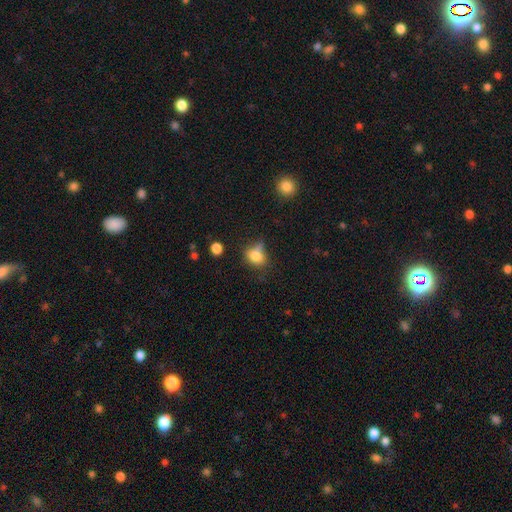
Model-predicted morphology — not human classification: This is likely a smooth galaxy (78%). How rounded: possibly in between (49%, tied with round). Merging: possibly none (45%).